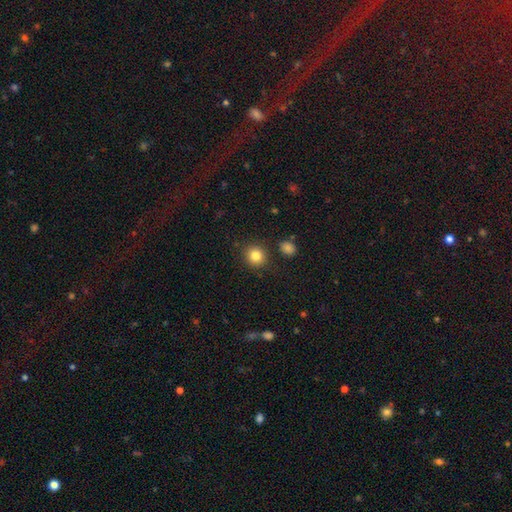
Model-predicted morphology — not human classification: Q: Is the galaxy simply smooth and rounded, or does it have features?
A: smooth — 83%.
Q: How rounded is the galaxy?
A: round — 88%.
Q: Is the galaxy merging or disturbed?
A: none — 88%.